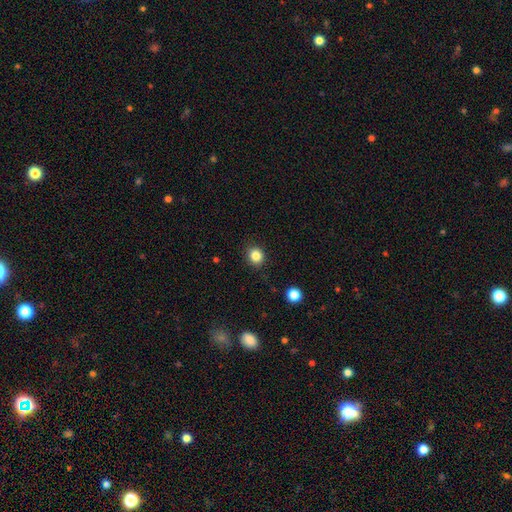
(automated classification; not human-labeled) Smooth or featured? Predicted: smooth (p=0.83). How rounded? Predicted: round (p=0.81). Merging? Predicted: none (p=0.89).